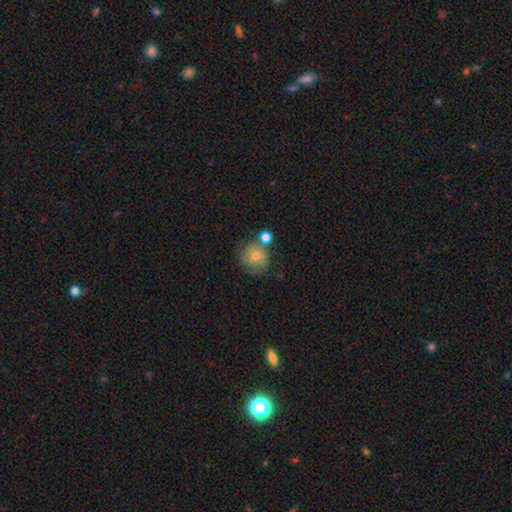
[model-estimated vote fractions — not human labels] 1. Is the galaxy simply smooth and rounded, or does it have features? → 54% smooth, 36% featured or disk, 10% star or artifact.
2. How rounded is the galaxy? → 87% round, 12% in between, 1% cigar-shaped.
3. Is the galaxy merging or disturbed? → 60% none, 17% minor disturbance, 17% merger, 6% major disturbance.